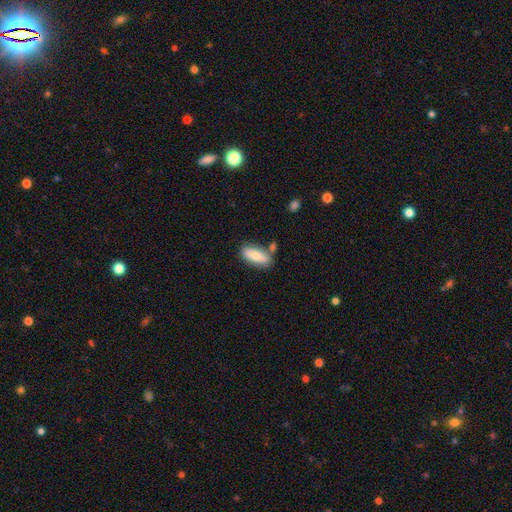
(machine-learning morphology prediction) Smooth or featured?
  - smooth: 71% *
  - featured or disk: 22%
  - star or artifact: 6%
How rounded?
  - in between: 78% *
  - cigar-shaped: 20%
  - round: 3%
Merging?
  - none: 67% *
  - minor disturbance: 17%
  - merger: 12%
  - major disturbance: 4%